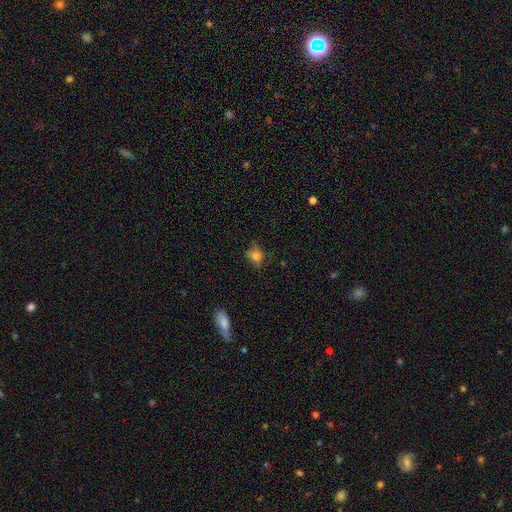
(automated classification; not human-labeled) smooth_or_featured: smooth (p=0.68) [alt: featured or disk p=0.17]
how_rounded: in between (p=0.53) [alt: round p=0.44]
merging: none (p=0.56) [alt: minor disturbance p=0.27]